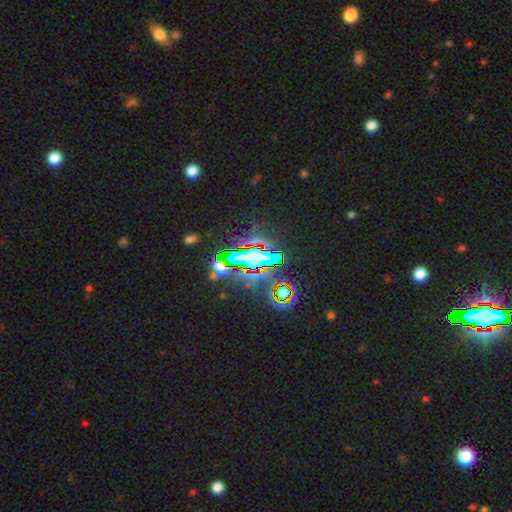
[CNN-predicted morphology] Smooth or featured?
  - star or artifact: 74% *
  - featured or disk: 13%
  - smooth: 13%